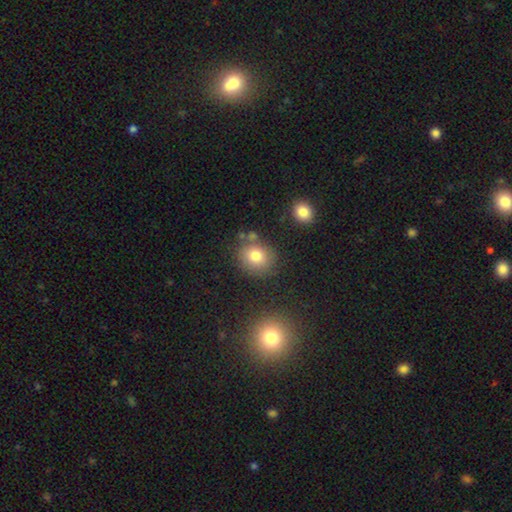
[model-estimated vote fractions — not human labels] Overall: smooth (79%). How rounded: round (77%). Merging: none (75%).